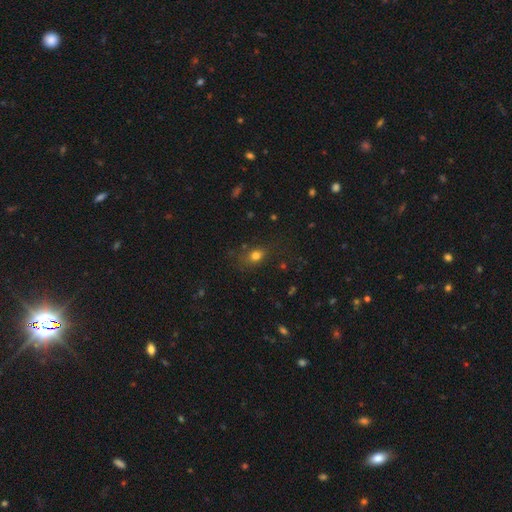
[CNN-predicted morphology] Smooth or featured?
  - smooth: 74% *
  - star or artifact: 16%
  - featured or disk: 10%
How rounded?
  - in between: 57% *
  - round: 40%
  - cigar-shaped: 3%
Merging?
  - none: 69% *
  - minor disturbance: 19%
  - major disturbance: 9%
  - merger: 3%